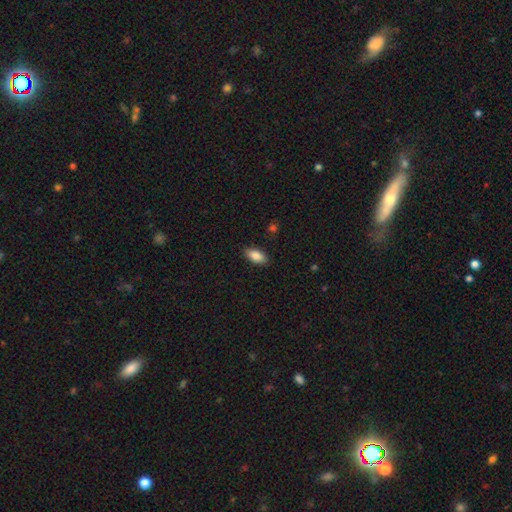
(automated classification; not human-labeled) smooth 87%, star or artifact 7%, featured or disk 6%. Down the decision tree: how rounded — in between (91%); merging — none (87%).